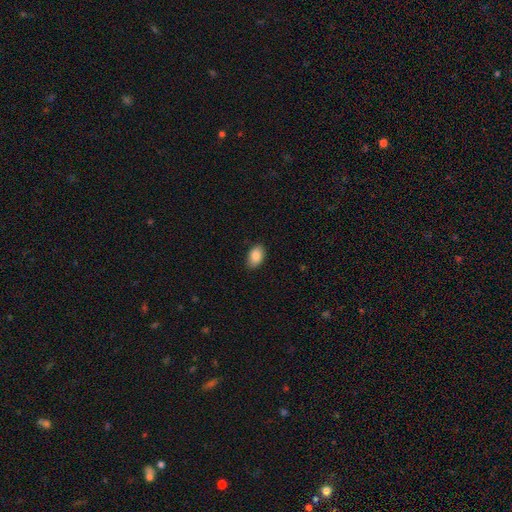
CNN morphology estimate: The model was most divided on "merging": none: 87%, minor disturbance: 10%, major disturbance: 2%, merger: 1%. More confident: how rounded — in between (90%); smooth or featured — smooth (88%).